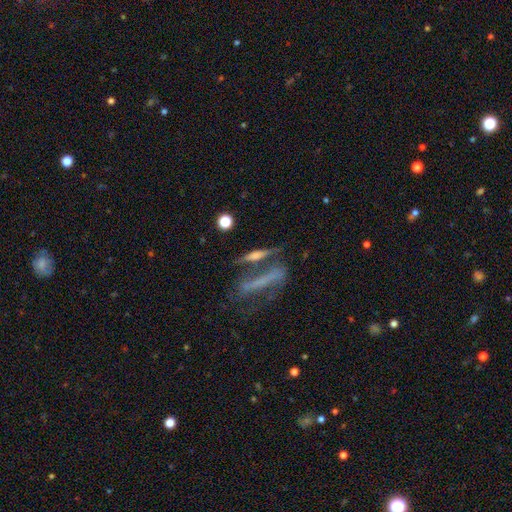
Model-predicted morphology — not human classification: smooth-or-featured: featured or disk: 48% | smooth: 38% | star or artifact: 14%
  merging: none: 51% | merger: 23% | minor disturbance: 14% | major disturbance: 11%